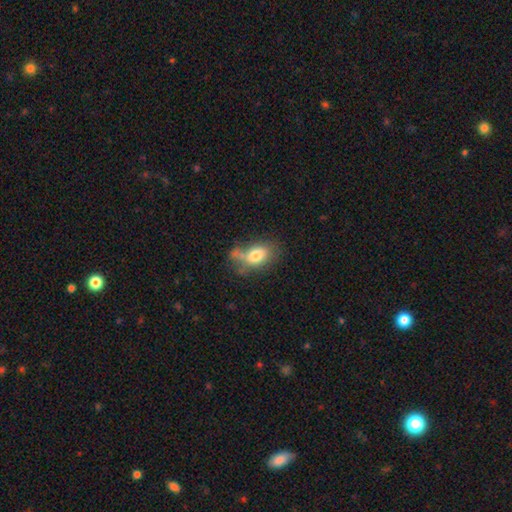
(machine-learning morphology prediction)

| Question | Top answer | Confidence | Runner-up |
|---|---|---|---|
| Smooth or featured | smooth | 75% | featured or disk (17%) |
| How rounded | in between | 84% | round (13%) |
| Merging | none | 40% | minor disturbance (24%) |